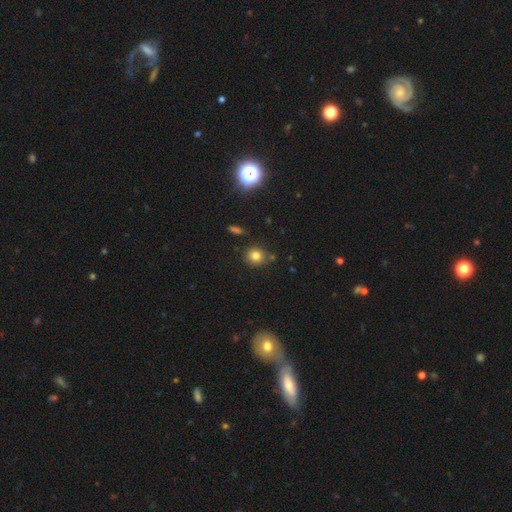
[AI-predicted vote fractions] Smooth or featured: smooth — 79% (star or artifact — 14%)
How rounded: round — 86% (in between — 13%)
Merging: none — 79% (minor disturbance — 12%)